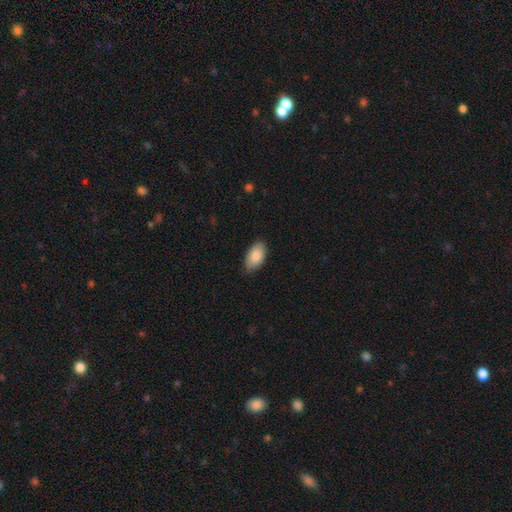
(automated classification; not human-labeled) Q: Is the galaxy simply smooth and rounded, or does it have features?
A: smooth — 85%.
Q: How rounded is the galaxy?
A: in between — 94%.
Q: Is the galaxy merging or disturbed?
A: none — 81%.